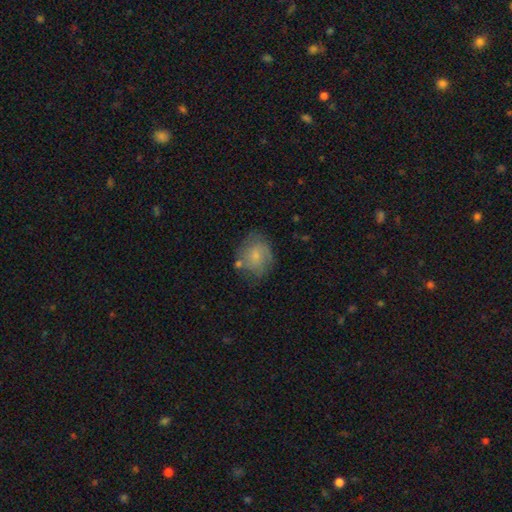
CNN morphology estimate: smooth 55%, featured or disk 36%, star or artifact 8%. Down the decision tree: how rounded — round (58%); merging — none (59%).